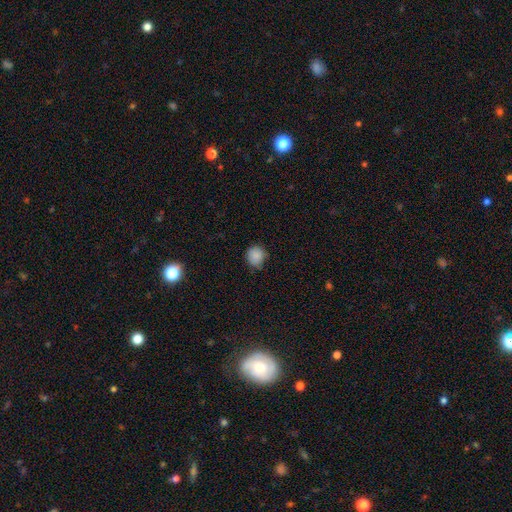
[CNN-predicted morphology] Smooth or featured? Predicted: smooth (p=0.86). How rounded? Predicted: round (p=0.85). Merging? Predicted: none (p=0.76).